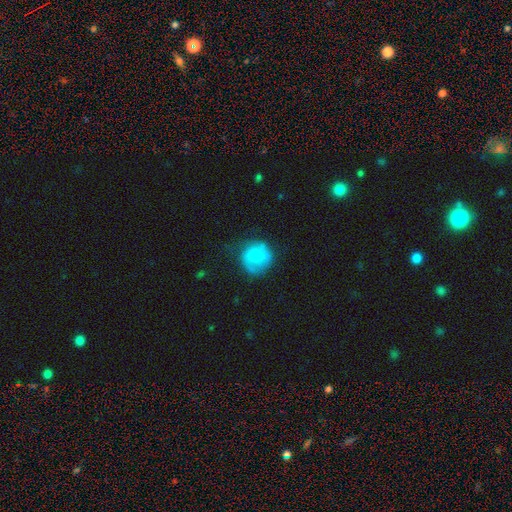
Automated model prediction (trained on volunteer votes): A smooth galaxy with no disk features (55%) that is round (86%).

Vote fractions:
- Smooth or featured? smooth: 55% / featured or disk: 37% / star or artifact: 7%
- How rounded? round: 86% / in between: 13% / cigar-shaped: 1%
- Merging? none: 62% / minor disturbance: 26% / major disturbance: 11% / merger: 2%